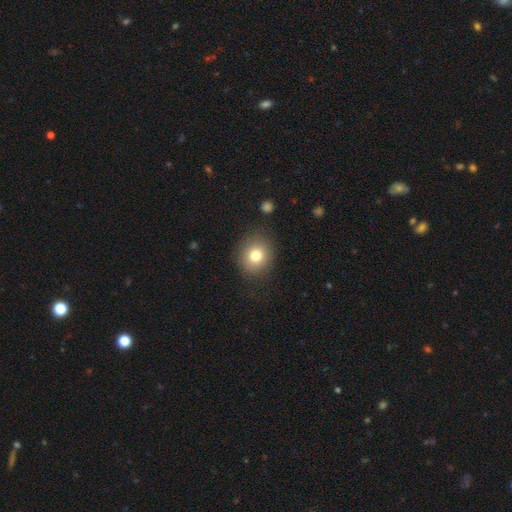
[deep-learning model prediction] Morphology: type=smooth (79%); roundness=round (77%); merging=none (85%).